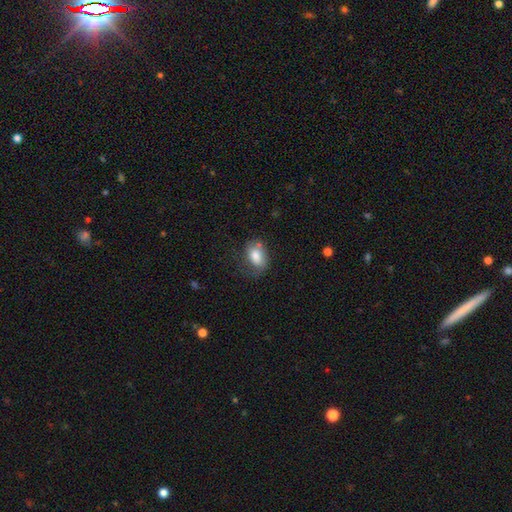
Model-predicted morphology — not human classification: Smooth or featured? smooth (75%)
How rounded? in between (82%)
Merging? none (47%)